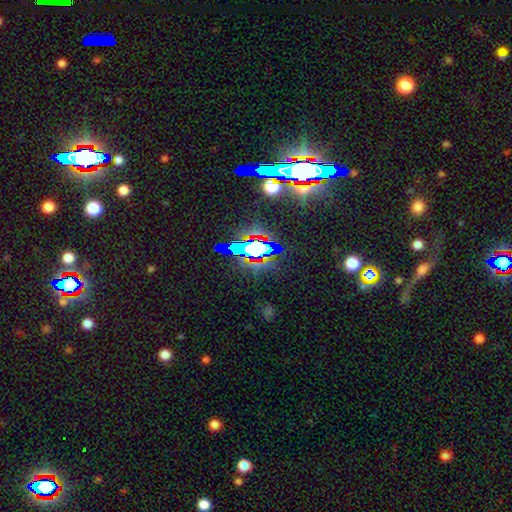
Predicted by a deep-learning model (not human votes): This appears to be a star or artifact, not a galaxy (78%).